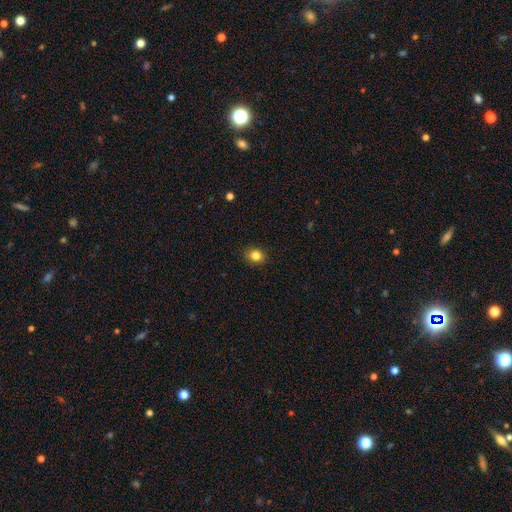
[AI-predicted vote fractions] Morphology: type=smooth (83%); roundness=round (57%); merging=none (90%).